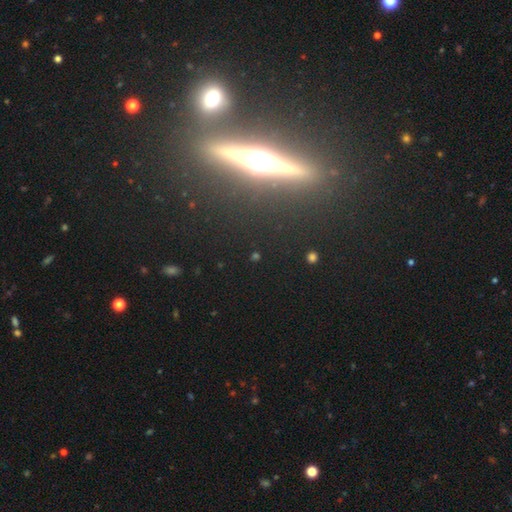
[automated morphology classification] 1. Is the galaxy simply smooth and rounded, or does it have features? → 40% star or artifact, 36% featured or disk, 24% smooth.